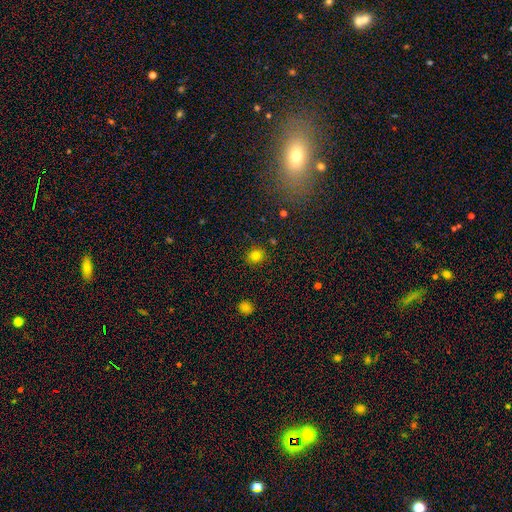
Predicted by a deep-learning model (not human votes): This appears to be a smooth galaxy with no disk features (80%) that is round (83%). Merging: none (86%).